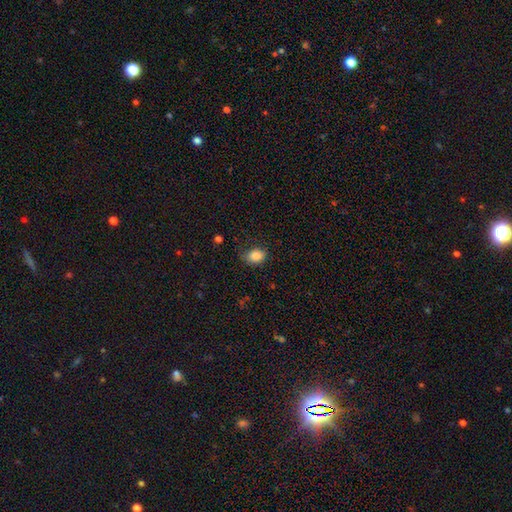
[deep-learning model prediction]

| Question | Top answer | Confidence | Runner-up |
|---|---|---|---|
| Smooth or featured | smooth | 86% | star or artifact (9%) |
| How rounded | in between | 69% | round (30%) |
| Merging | none | 74% | minor disturbance (20%) |